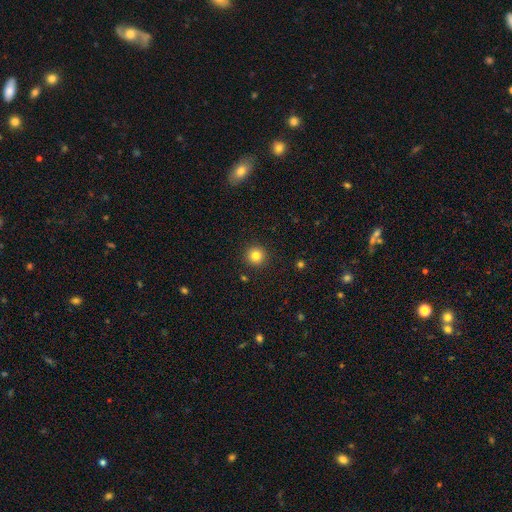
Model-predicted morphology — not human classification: type=smooth (82%); roundness=round (95%); merging=none (92%).